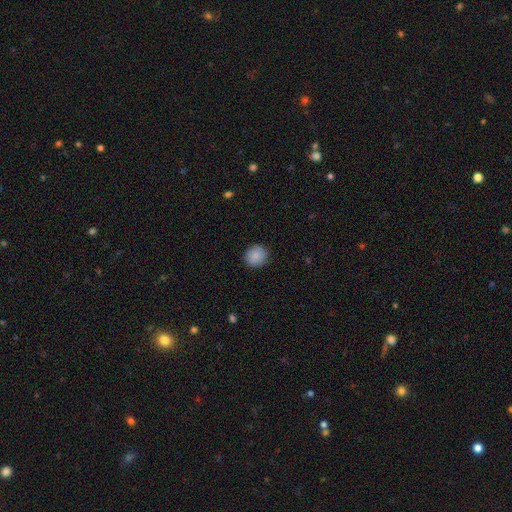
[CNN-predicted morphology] Smooth or featured?
  - smooth: 88% *
  - star or artifact: 8%
  - featured or disk: 4%
How rounded?
  - round: 85% *
  - in between: 14%
  - cigar-shaped: 1%
Merging?
  - none: 90% *
  - minor disturbance: 7%
  - major disturbance: 2%
  - merger: 1%